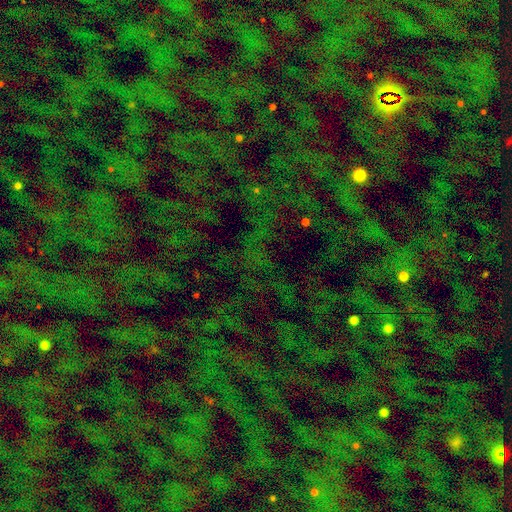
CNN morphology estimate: Smooth or featured?
  - star or artifact: 70% *
  - smooth: 20%
  - featured or disk: 10%